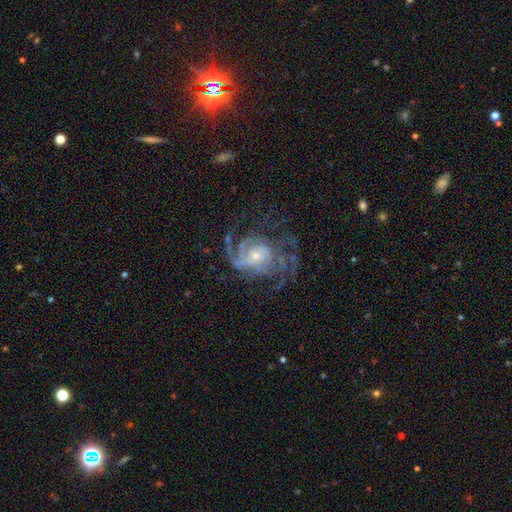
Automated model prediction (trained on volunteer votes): Smooth or featured?
  - featured or disk: 88% *
  - star or artifact: 7%
  - smooth: 5%
Edge-on disk?
  - no: 98% *
  - yes: 2%
Bar?
  - no: 62% *
  - weak: 30%
  - strong: 8%
Spiral arms?
  - yes: 96% *
  - no: 4%
Spiral winding?
  - tight: 44% *
  - medium: 41%
  - loose: 15%
Spiral arm count?
  - can't tell: 26% *
  - 3: 22%
  - 2: 20%
  - 4: 15%
  - more than 4: 9%
  - 1: 8%
Bulge size?
  - small: 64% *
  - moderate: 31%
  - large: 3%
  - none: 2%
  - dominant: 1%
Merging?
  - none: 58% *
  - major disturbance: 23%
  - minor disturbance: 17%
  - merger: 2%